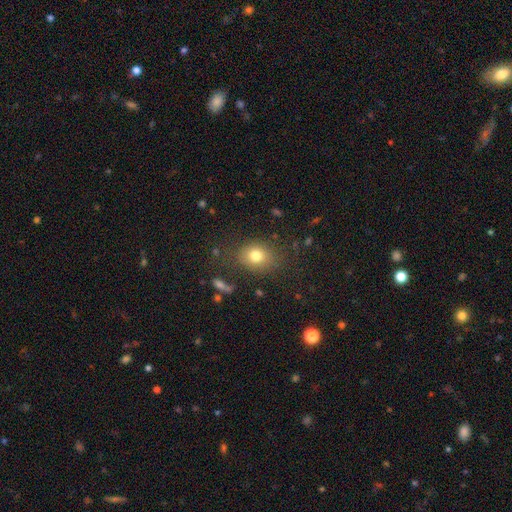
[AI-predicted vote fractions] smooth_or_featured: smooth (p=0.76) [alt: star or artifact p=0.13]
how_rounded: in between (p=0.50) [alt: round p=0.48]
merging: none (p=0.77) [alt: minor disturbance p=0.14]